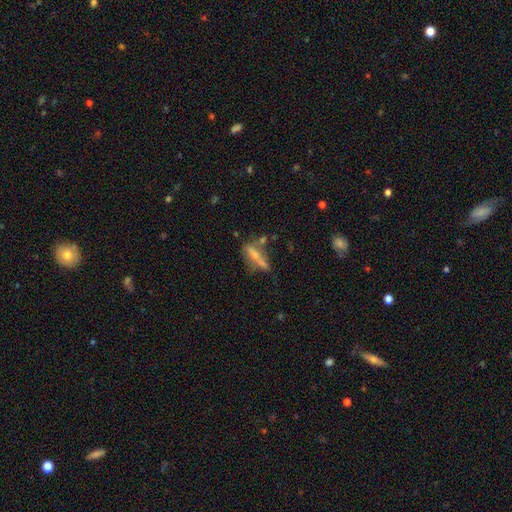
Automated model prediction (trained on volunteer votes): Morphology: type=featured or disk (47%); merging=none (53%).